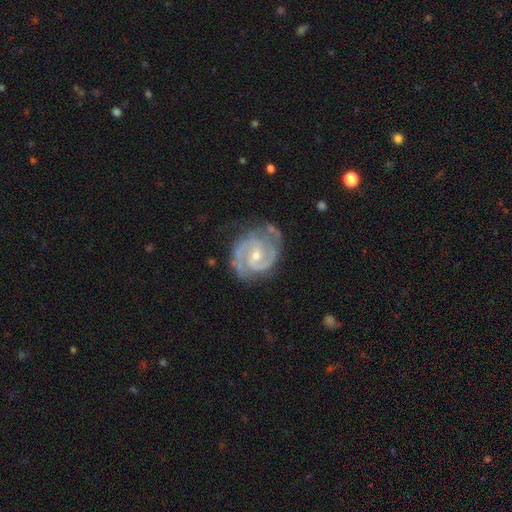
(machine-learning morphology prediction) type=featured or disk (91%); edge-on=no (98%); bar=weak (46%); spiral arms=yes (98%); winding=tight (53%); arm count=2 (85%); bulge=small (59%); merging=none (73%).